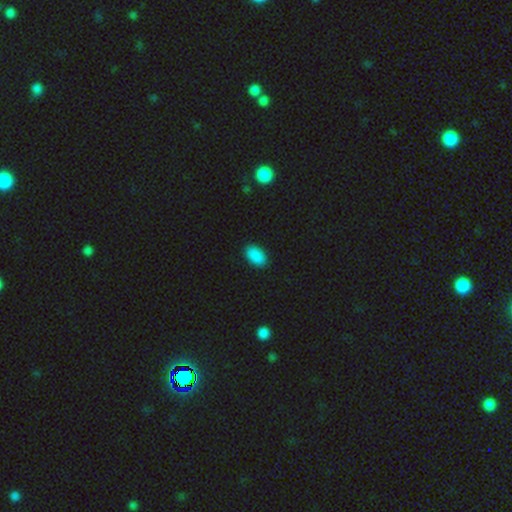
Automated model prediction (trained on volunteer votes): This is clearly a smooth galaxy (89%). How rounded: clearly in between (93%). Merging: clearly none (90%).